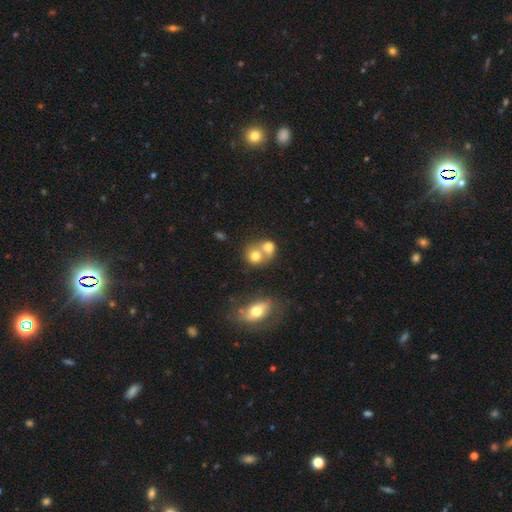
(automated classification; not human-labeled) This is likely a smooth galaxy (73%). How rounded: likely round (70%). Merging: likely merger (62%).